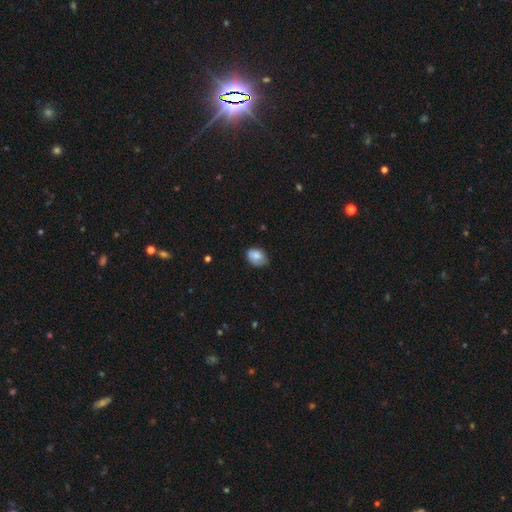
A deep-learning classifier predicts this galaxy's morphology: This is likely a smooth galaxy (79%). How rounded: likely in between (72%). Merging: likely none (63%).